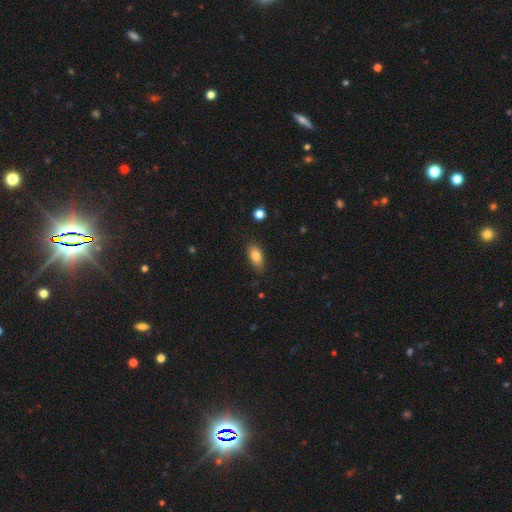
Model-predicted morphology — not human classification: Smooth or featured? Predicted: smooth (p=0.82). How rounded? Predicted: in between (p=0.87). Merging? Predicted: none (p=0.79).